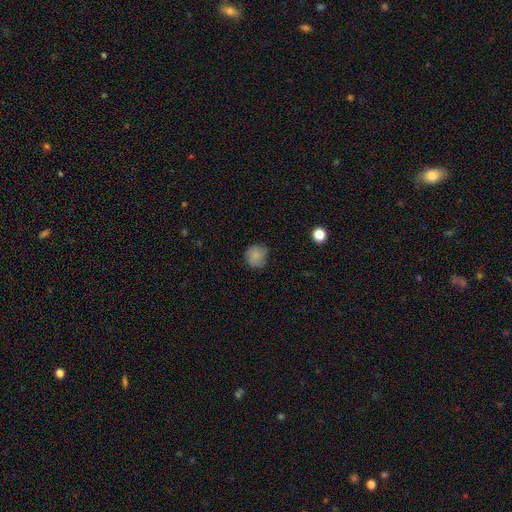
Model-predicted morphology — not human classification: Q: Smooth or featured?
A: smooth (76%); runner-up: featured or disk (15%)
Q: How rounded?
A: round (84%); runner-up: in between (15%)
Q: Merging?
A: none (72%); runner-up: minor disturbance (21%)